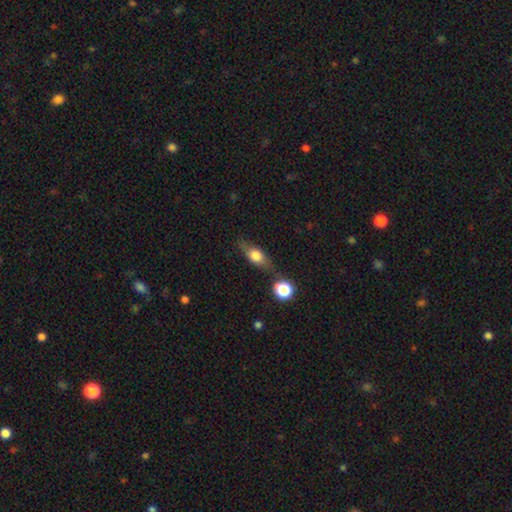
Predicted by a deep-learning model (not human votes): Smooth or featured? smooth (60%)
How rounded? in between (61%)
Merging? none (64%)